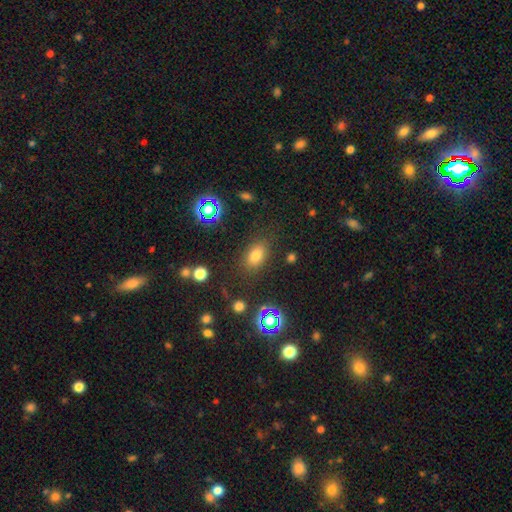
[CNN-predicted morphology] Smooth or featured? smooth (72%)
How rounded? in between (78%)
Merging? none (82%)